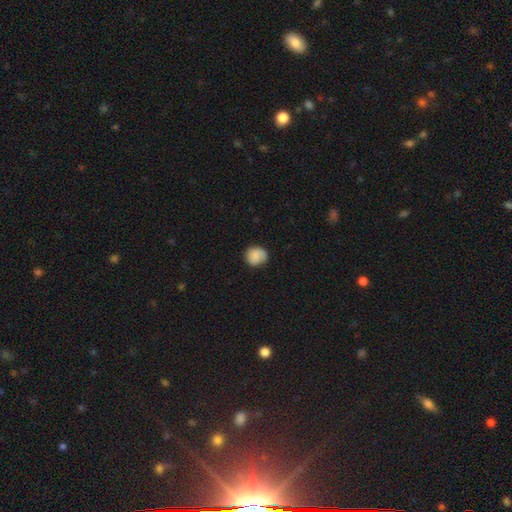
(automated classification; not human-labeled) The model was most divided on "merging": none: 78%, minor disturbance: 16%, major disturbance: 4%, merger: 1%. More confident: how rounded — round (83%); smooth or featured — smooth (82%).